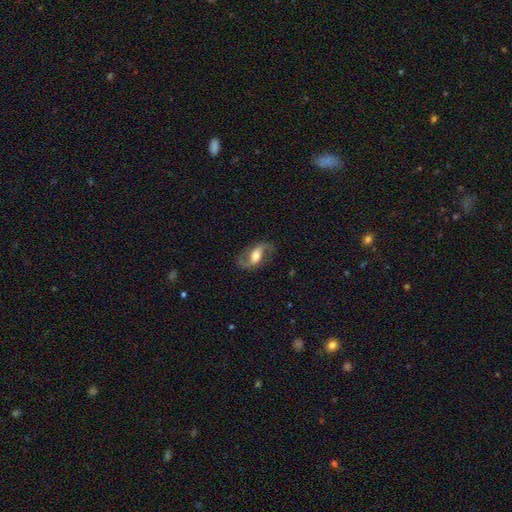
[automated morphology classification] type=featured or disk (77%); edge-on=no (94%); bar=weak (39%); spiral arms=yes (91%); winding=loose (51%); arm count=2 (91%); bulge=moderate (61%); merging=none (77%).